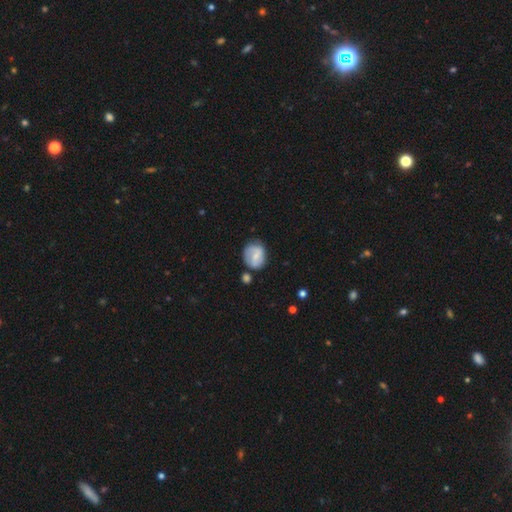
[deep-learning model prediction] Smooth or featured: smooth — 55% (featured or disk — 38%)
How rounded: round — 59% (in between — 40%)
Merging: none — 60% (minor disturbance — 24%)